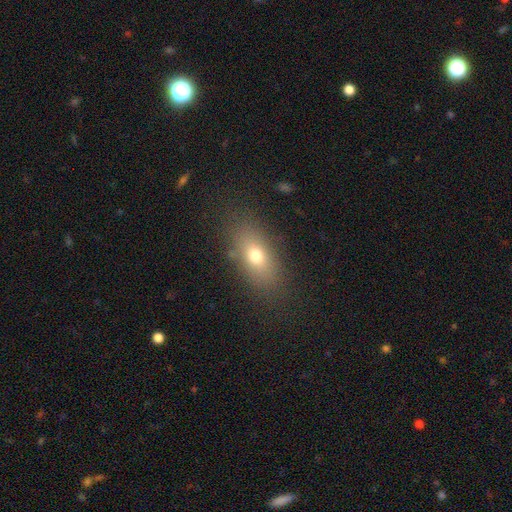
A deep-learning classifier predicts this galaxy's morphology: This is likely a smooth galaxy (71%). How rounded: likely in between (79%). Merging: clearly none (82%).